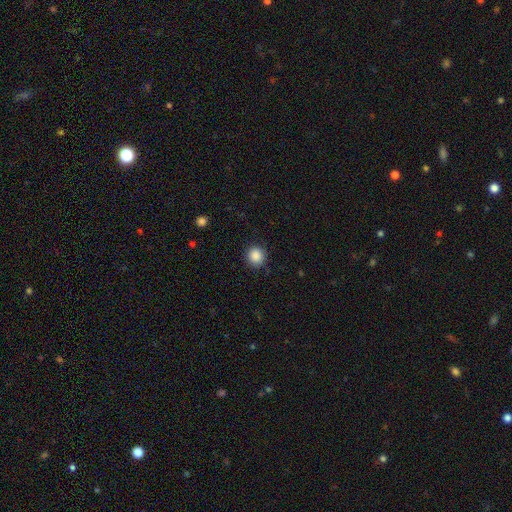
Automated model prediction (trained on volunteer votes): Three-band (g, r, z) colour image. It shows a smooth galaxy with no disk features (87%) that is round (92%). Merging: none (89%).